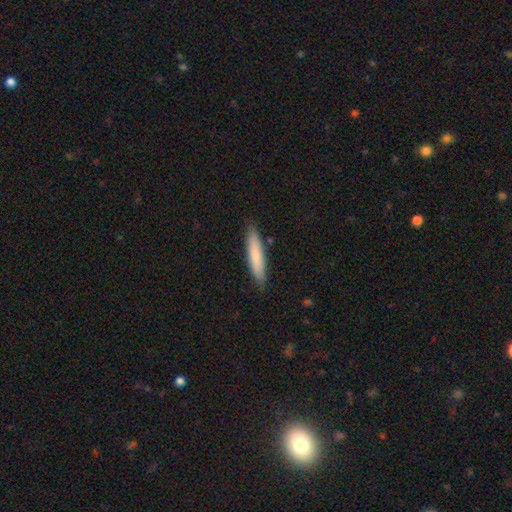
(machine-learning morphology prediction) smooth_or_featured: smooth (p=0.79) [alt: featured or disk p=0.16]
how_rounded: cigar-shaped (p=0.88) [alt: in between p=0.11]
merging: none (p=0.88) [alt: minor disturbance p=0.09]